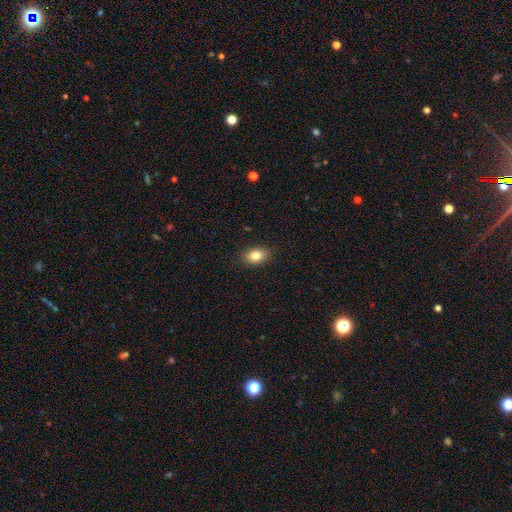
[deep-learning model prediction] Smooth or featured? smooth (82%)
How rounded? in between (82%)
Merging? none (86%)